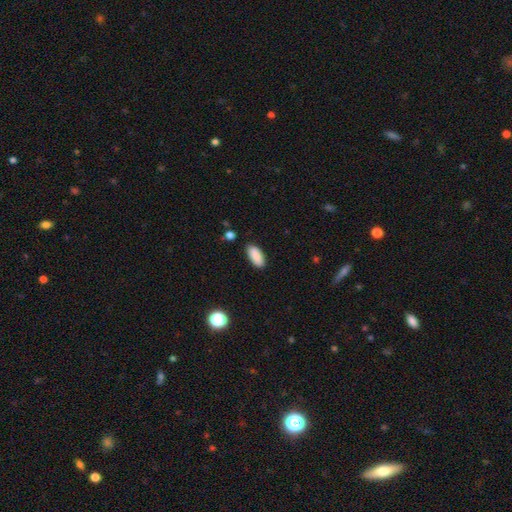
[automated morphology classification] smooth_or_featured: smooth (p=0.89) [alt: star or artifact p=0.07]
how_rounded: in between (p=0.86) [alt: cigar-shaped p=0.12]
merging: none (p=0.86) [alt: minor disturbance p=0.10]